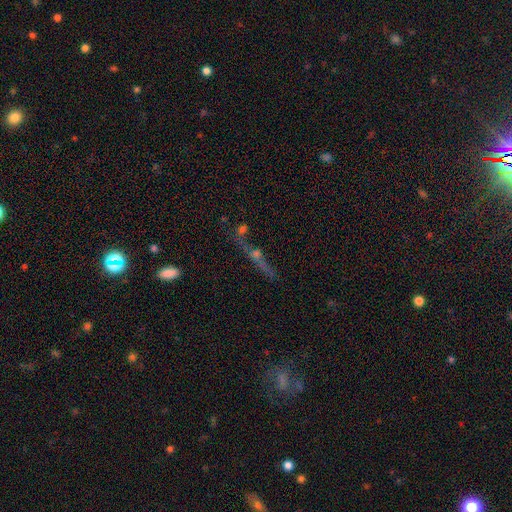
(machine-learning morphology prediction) This is possibly a featured or disk galaxy (52%). It is likely viewed edge-on (76%). Merging: possibly none (56%).